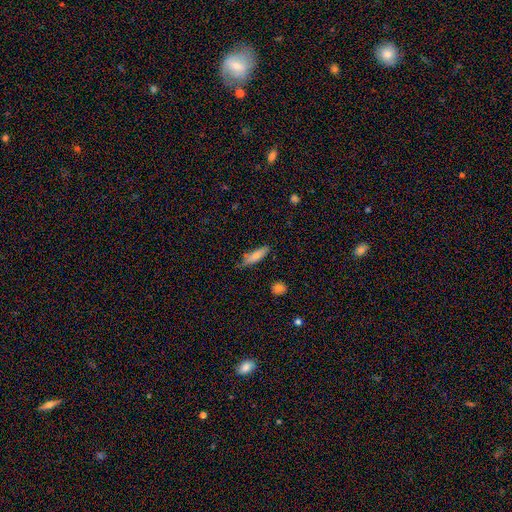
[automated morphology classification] smooth-or-featured: smooth: 78% | featured or disk: 15% | star or artifact: 7%
  how-rounded: cigar-shaped: 56% | in between: 42% | round: 2%
  merging: none: 72% | minor disturbance: 22% | major disturbance: 4% | merger: 3%